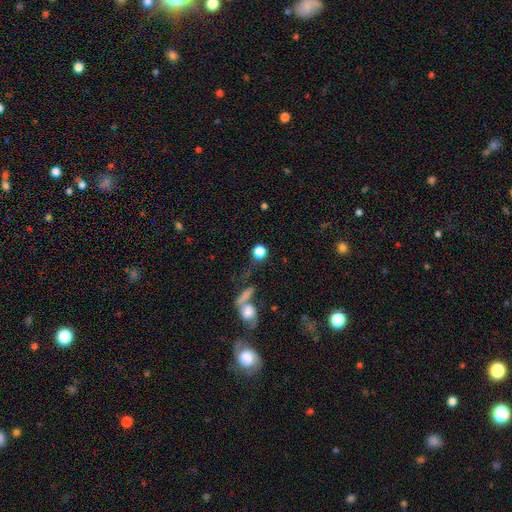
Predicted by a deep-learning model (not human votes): This appears to be a star or artifact, not a galaxy (44%).